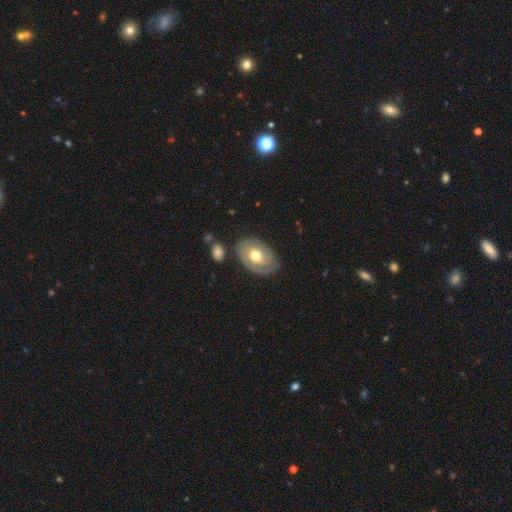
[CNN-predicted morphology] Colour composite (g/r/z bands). It shows a featured or disk galaxy (65%) with no bar (77%), spiral arms (66%) and a moderate central bulge (73%). Merging: none (76%).